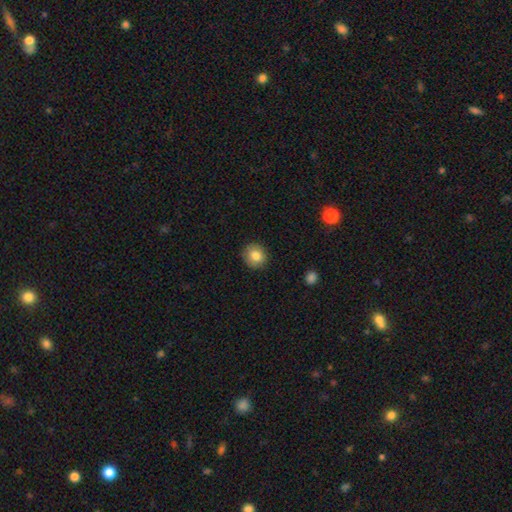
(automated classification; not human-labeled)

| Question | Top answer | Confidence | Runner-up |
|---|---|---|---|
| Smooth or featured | smooth | 81% | featured or disk (10%) |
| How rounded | round | 83% | in between (16%) |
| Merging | none | 89% | minor disturbance (8%) |